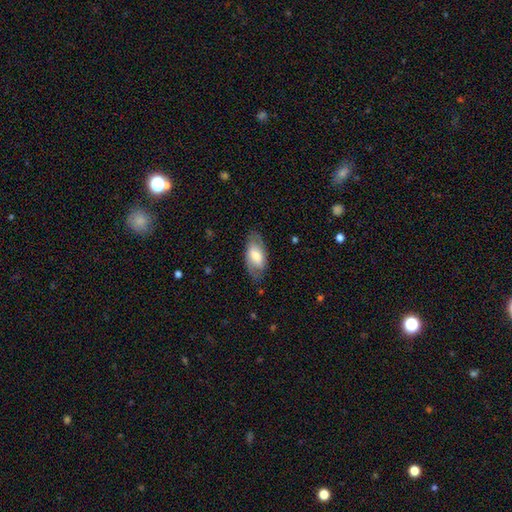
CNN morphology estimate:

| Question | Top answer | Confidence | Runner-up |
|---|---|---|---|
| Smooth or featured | smooth | 58% | featured or disk (36%) |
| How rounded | in between | 91% | cigar-shaped (5%) |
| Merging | none | 76% | minor disturbance (17%) |